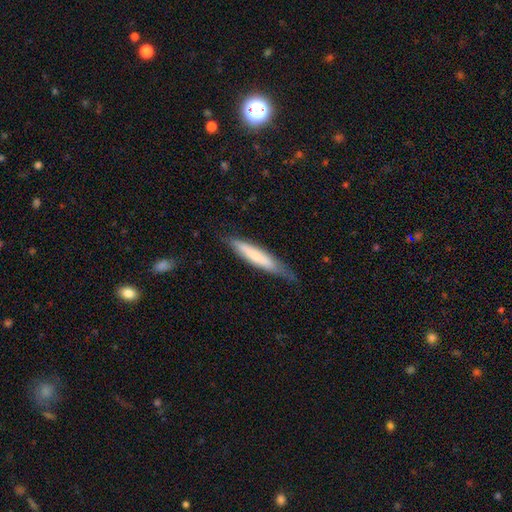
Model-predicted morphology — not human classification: A smooth galaxy with no disk features (65%) that is cigar-shaped (90%). Merging: none (73%).